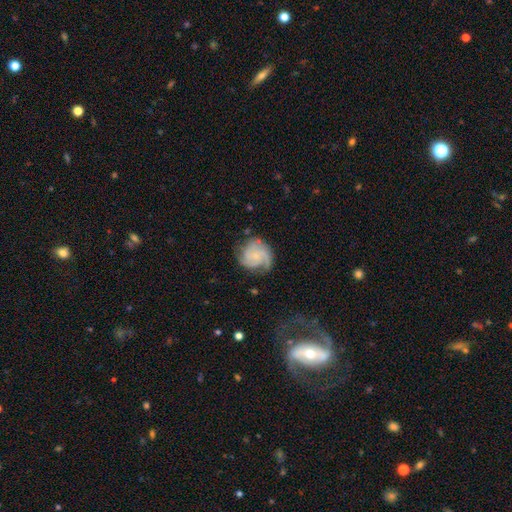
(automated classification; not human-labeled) This is clearly a featured or disk galaxy (81%). It is clearly not viewed edge-on (98%). Bar: likely no (72%). Spiral arm pattern: clearly yes (97%). Spiral arm count: marginally 3 (44%). Spiral winding: possibly tight (48%). Central bulge: likely small (69%). Merging: likely none (68%).